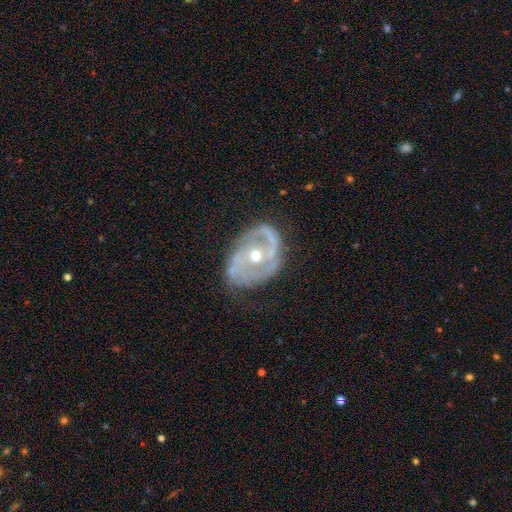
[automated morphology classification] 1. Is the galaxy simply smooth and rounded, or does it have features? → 87% featured or disk, 8% smooth, 5% star or artifact.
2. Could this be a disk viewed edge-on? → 97% no, 3% yes.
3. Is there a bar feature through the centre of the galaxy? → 67% no, 23% weak, 10% strong.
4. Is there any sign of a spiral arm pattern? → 89% yes, 11% no.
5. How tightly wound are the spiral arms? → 43% tight, 40% medium, 17% loose.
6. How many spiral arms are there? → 54% 2, 19% can't tell, 14% 3, 6% 1, 4% 4, 3% more than 4.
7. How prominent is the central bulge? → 67% moderate, 29% small, 2% large, 1% none, 1% dominant.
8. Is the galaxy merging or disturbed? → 61% none, 25% minor disturbance, 12% major disturbance, 2% merger.